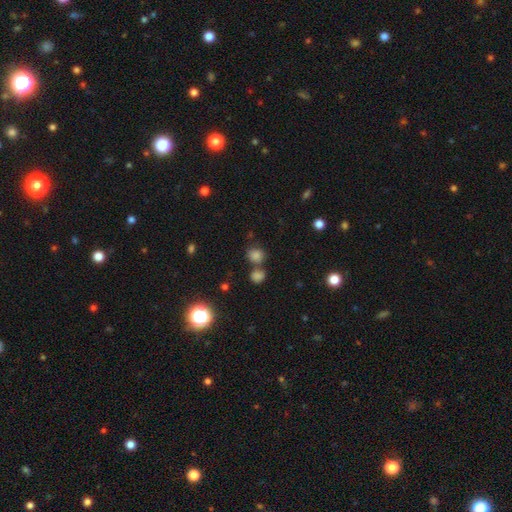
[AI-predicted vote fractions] Smooth or featured?
  - smooth: 79% *
  - star or artifact: 15%
  - featured or disk: 6%
How rounded?
  - round: 77% *
  - in between: 22%
  - cigar-shaped: 1%
Merging?
  - none: 61% *
  - merger: 26%
  - minor disturbance: 9%
  - major disturbance: 4%